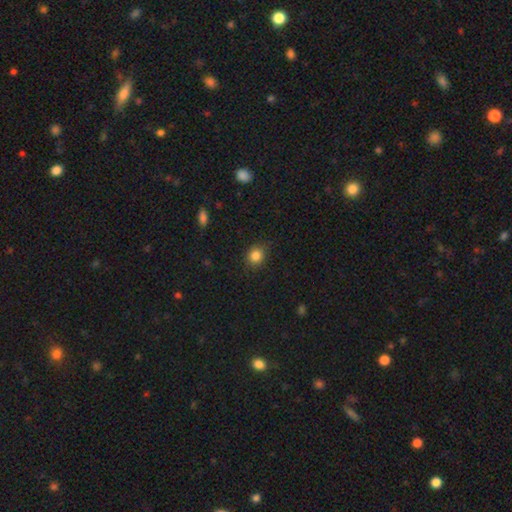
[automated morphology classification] Smooth or featured? Predicted: smooth (p=0.84). How rounded? Predicted: round (p=0.79). Merging? Predicted: none (p=0.83).